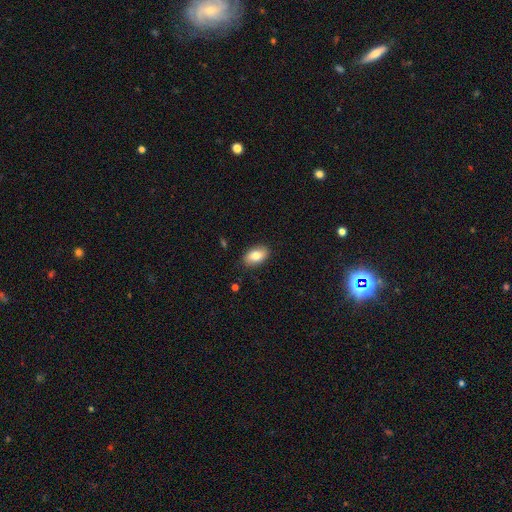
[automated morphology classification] A smooth galaxy with no disk features (77%) that is in between round and cigar-shaped (91%). Merging: none (87%).